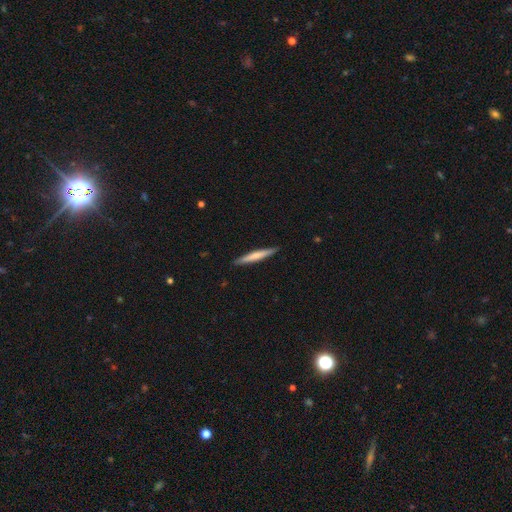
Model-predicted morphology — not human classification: type=smooth (60%); roundness=cigar-shaped (96%); merging=none (91%).